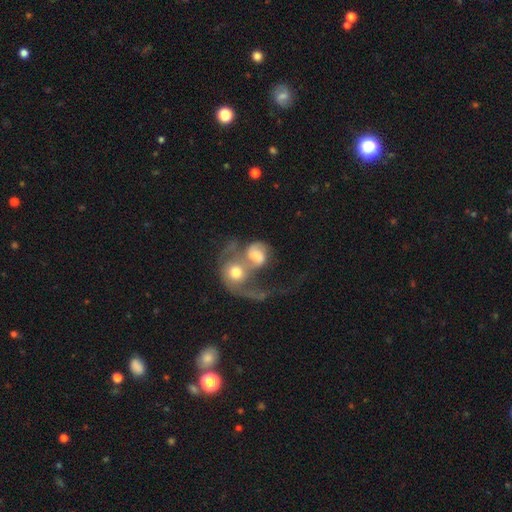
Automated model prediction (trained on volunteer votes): Overall: featured or disk (60%; smooth 31%). Edge-on disk: no (96%). Bar: no (67%). Spiral arms: yes (77%). Bulge size: moderate (51%; small 21%). Merging: merger (77%).